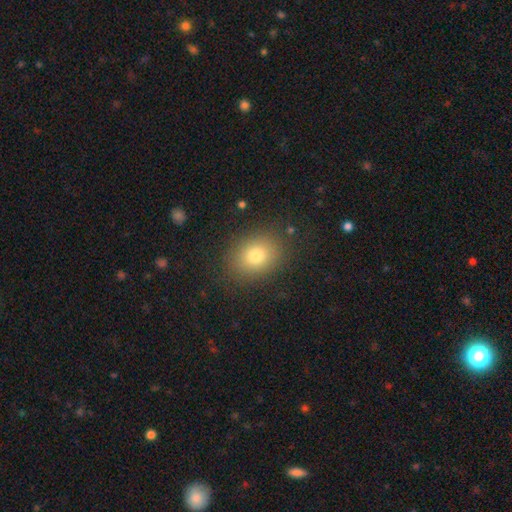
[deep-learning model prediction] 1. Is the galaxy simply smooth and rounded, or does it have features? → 78% smooth, 12% star or artifact, 10% featured or disk.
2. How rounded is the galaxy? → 54% in between, 45% round, 1% cigar-shaped.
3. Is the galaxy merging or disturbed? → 86% none, 9% minor disturbance, 3% major disturbance, 1% merger.